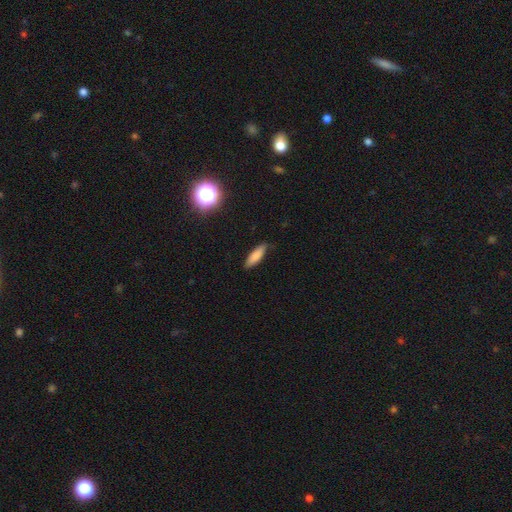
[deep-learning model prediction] This is likely a smooth galaxy (80%). How rounded: possibly cigar-shaped (53%). Merging: clearly none (83%).